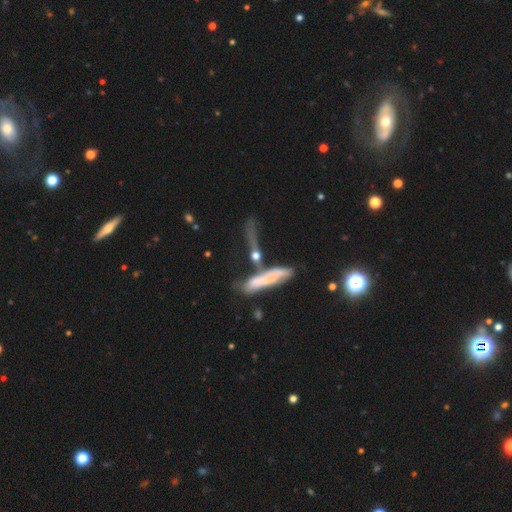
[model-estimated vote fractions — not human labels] Smooth or featured? featured or disk (46%)
Merging? none (35%)